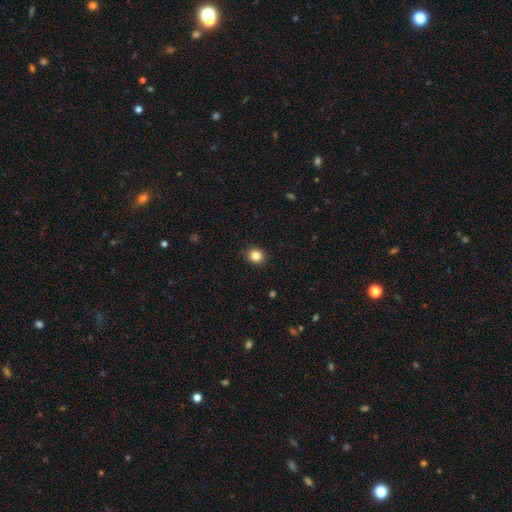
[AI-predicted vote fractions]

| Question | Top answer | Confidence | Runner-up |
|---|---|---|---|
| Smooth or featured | smooth | 84% | star or artifact (11%) |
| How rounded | round | 84% | in between (15%) |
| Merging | none | 90% | minor disturbance (7%) |